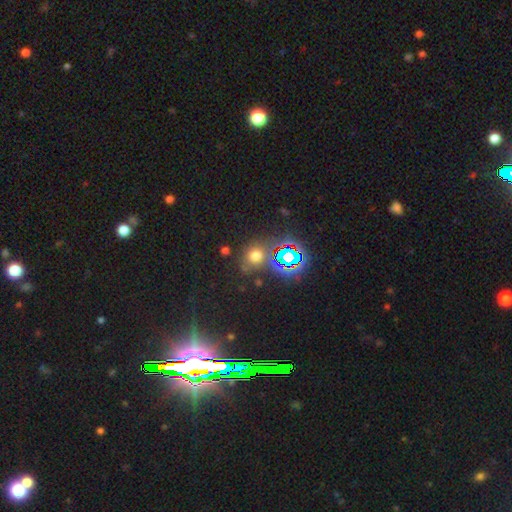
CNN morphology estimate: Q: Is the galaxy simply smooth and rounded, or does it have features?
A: smooth — 54%.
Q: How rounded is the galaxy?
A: round — 71%.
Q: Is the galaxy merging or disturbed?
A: none — 72%.